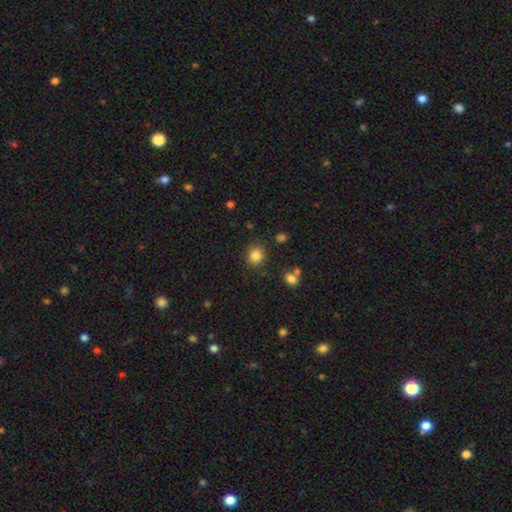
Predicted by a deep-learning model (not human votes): smooth_or_featured: smooth (p=0.84) [alt: star or artifact p=0.11]
how_rounded: round (p=0.68) [alt: in between p=0.32]
merging: none (p=0.83) [alt: minor disturbance p=0.11]